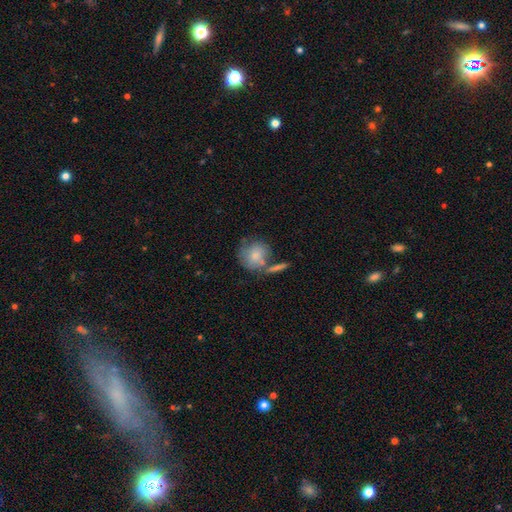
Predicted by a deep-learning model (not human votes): smooth 73%, featured or disk 20%, star or artifact 7%. Down the decision tree: how rounded — round (79%); merging — none (46%).